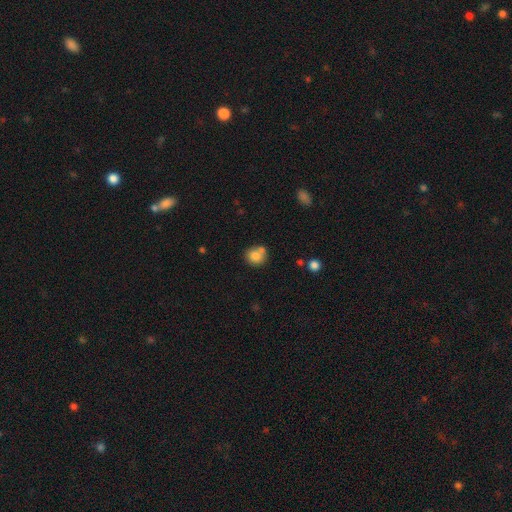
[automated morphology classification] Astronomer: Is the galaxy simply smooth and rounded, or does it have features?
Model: smooth — 80%.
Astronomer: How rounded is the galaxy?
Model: round — 84%.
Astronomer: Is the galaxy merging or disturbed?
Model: none — 57%.